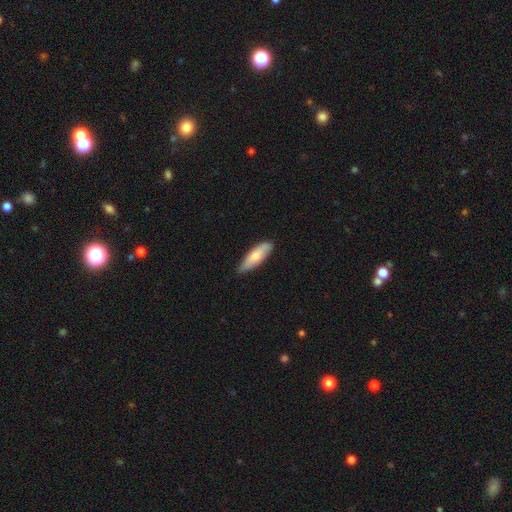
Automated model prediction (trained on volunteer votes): Smooth or featured: smooth — 71% (featured or disk — 23%)
How rounded: in between — 53% (cigar-shaped — 45%)
Merging: none — 78% (minor disturbance — 18%)